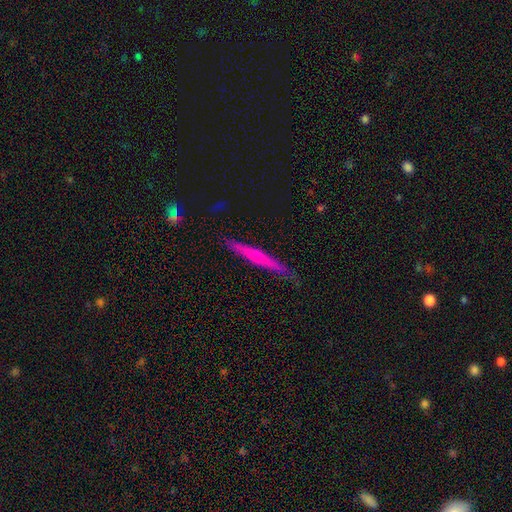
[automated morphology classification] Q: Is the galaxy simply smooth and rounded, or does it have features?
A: featured or disk — 54%.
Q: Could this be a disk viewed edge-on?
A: yes — 96%.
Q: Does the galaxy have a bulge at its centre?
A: rounded — 62%.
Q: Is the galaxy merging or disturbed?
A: none — 83%.